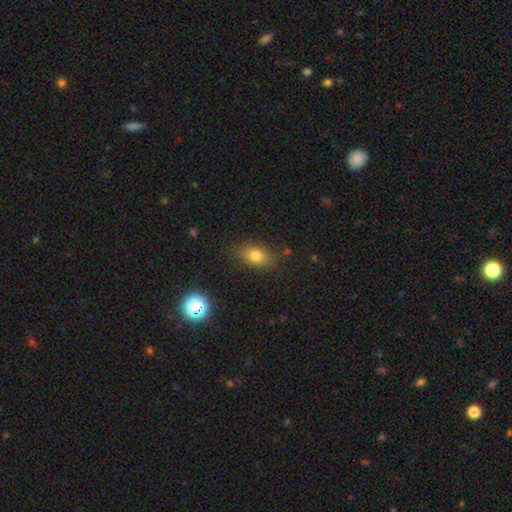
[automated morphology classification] The model was most divided on "how rounded": in between: 79%, round: 17%, cigar-shaped: 4%. More confident: merging — none (83%); smooth or featured — smooth (76%).